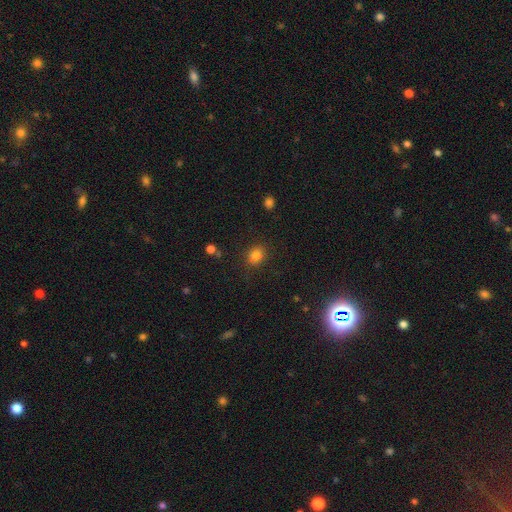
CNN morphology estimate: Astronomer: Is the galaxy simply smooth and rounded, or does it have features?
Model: smooth — 81%.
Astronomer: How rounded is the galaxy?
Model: in between — 55% (runner-up: round, 43%).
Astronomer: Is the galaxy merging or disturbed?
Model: none — 82%.